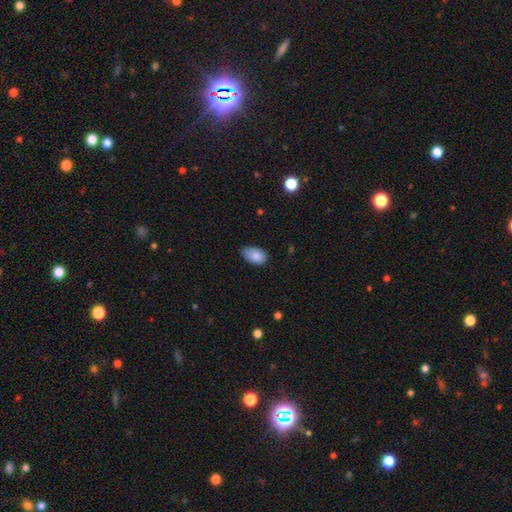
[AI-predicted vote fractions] This appears to be a smooth galaxy with no disk features (85%) that is in between round and cigar-shaped (89%). Merging: none (53%).